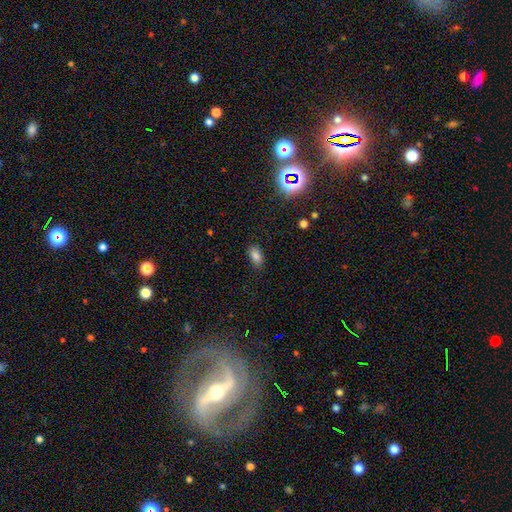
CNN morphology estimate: A smooth galaxy with no disk features (82%) that is in between round and cigar-shaped (90%).

Vote fractions:
- Smooth or featured? smooth: 82% / star or artifact: 12% / featured or disk: 5%
- How rounded? in between: 90% / round: 7% / cigar-shaped: 3%
- Merging? none: 83% / minor disturbance: 13% / major disturbance: 3% / merger: 1%